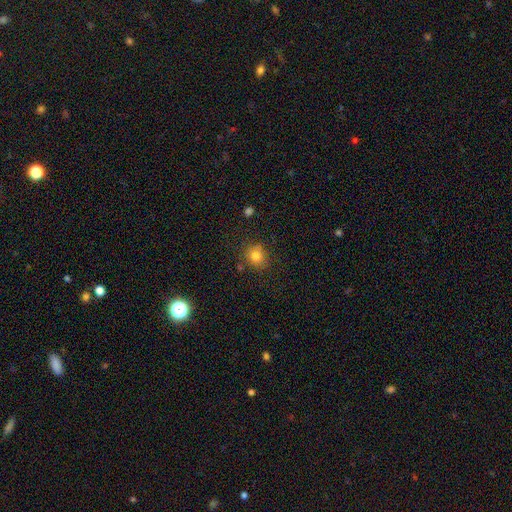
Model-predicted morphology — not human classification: Smooth or featured? smooth (79%)
How rounded? round (80%)
Merging? none (77%)